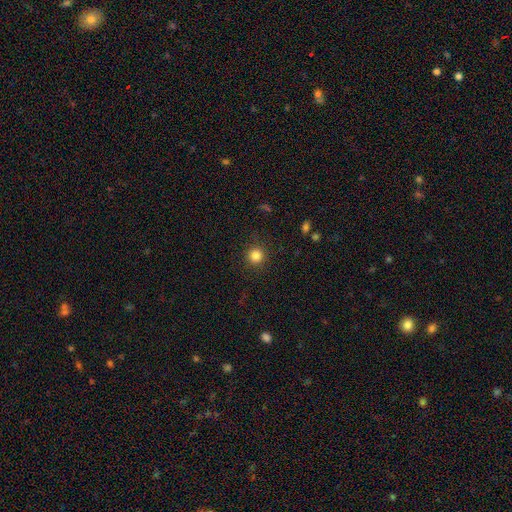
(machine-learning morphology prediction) type=smooth (84%); roundness=round (95%); merging=none (90%).